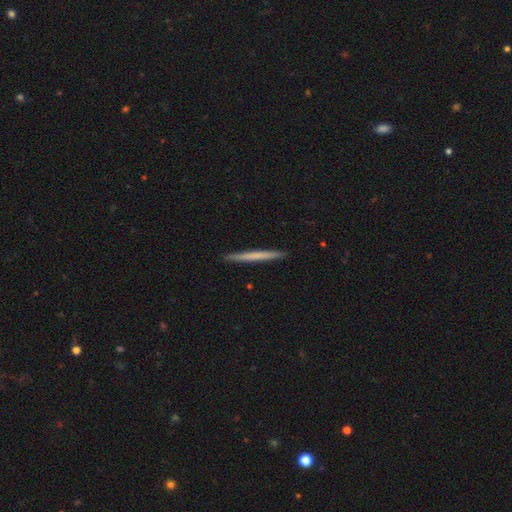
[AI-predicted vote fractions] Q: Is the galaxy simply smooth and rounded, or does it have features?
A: smooth — 56%.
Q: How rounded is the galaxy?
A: cigar-shaped — 97%.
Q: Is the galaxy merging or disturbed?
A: none — 93%.